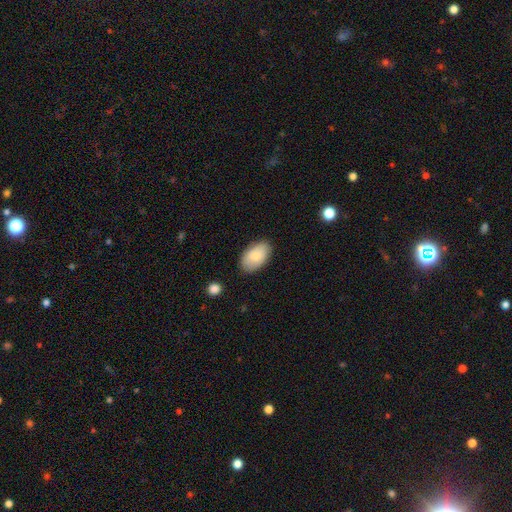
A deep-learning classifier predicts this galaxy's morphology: Smooth or featured? smooth (83%)
How rounded? in between (94%)
Merging? none (84%)